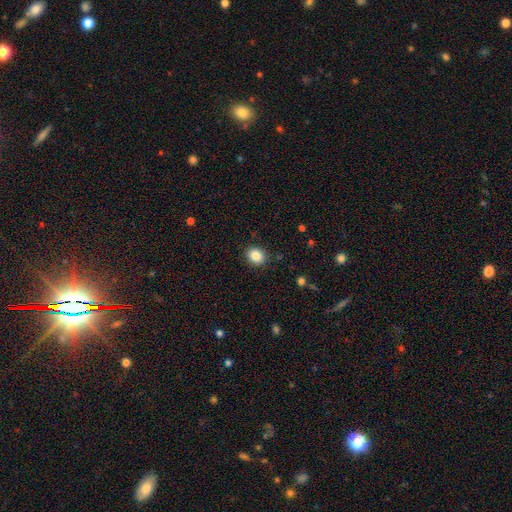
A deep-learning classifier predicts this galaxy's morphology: smooth_or_featured: smooth (p=0.85) [alt: star or artifact p=0.09]
how_rounded: round (p=0.58) [alt: in between p=0.41]
merging: none (p=0.89) [alt: minor disturbance p=0.08]